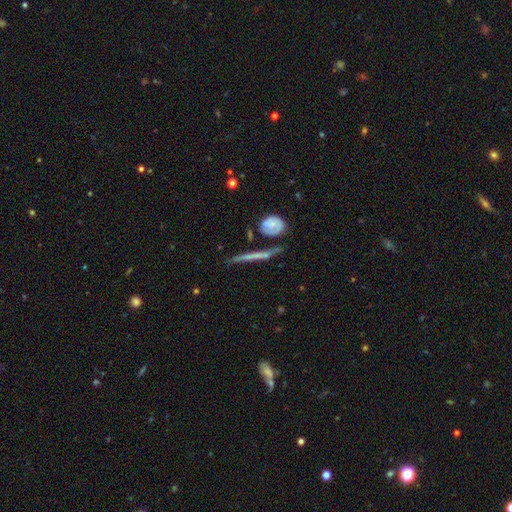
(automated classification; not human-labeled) Smooth or featured?
  - featured or disk: 53% *
  - smooth: 37%
  - star or artifact: 10%
Edge-on disk?
  - yes: 88% *
  - no: 12%
Merging?
  - none: 74% *
  - minor disturbance: 13%
  - merger: 8%
  - major disturbance: 5%